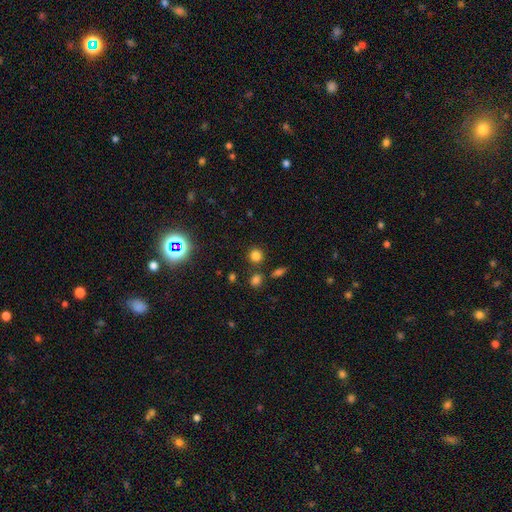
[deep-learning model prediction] smooth_or_featured: smooth (p=0.78) [alt: star or artifact p=0.17]
how_rounded: round (p=0.89) [alt: in between p=0.10]
merging: none (p=0.82) [alt: minor disturbance p=0.08]